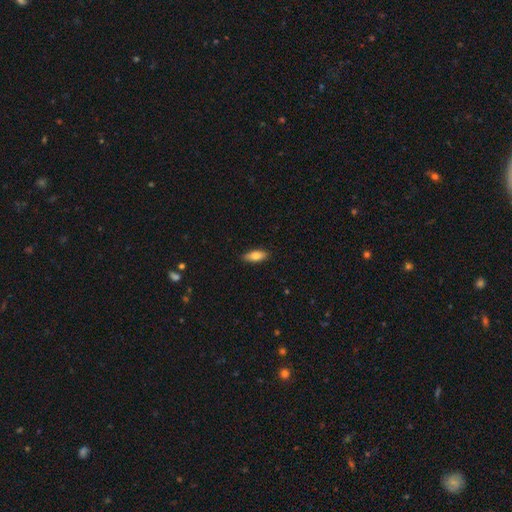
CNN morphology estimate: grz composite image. It shows a smooth galaxy with no disk features (78%) that is in between round and cigar-shaped (74%). Merging: none (88%).